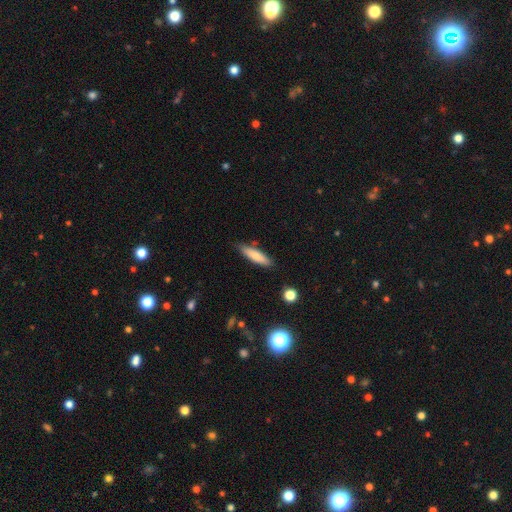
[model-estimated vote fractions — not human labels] Smooth or featured? smooth (79%)
How rounded? cigar-shaped (73%)
Merging? none (83%)